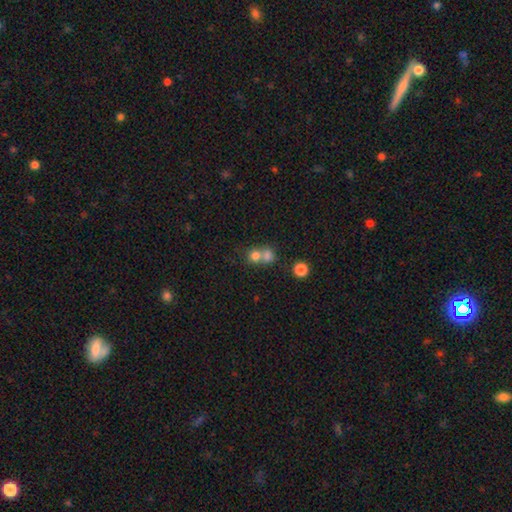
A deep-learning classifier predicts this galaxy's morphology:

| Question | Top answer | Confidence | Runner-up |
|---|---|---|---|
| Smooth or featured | smooth | 75% | star or artifact (13%) |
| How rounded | round | 83% | in between (16%) |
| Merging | merger | 55% | none (37%) |